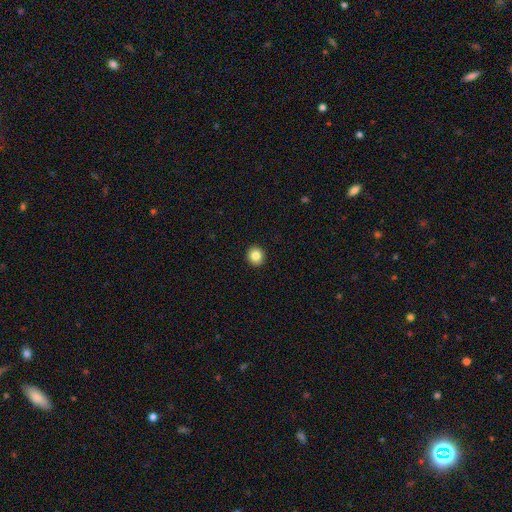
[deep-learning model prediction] Q: Smooth or featured?
A: smooth (84%); runner-up: star or artifact (10%)
Q: How rounded?
A: round (90%); runner-up: in between (9%)
Q: Merging?
A: none (93%); runner-up: minor disturbance (5%)